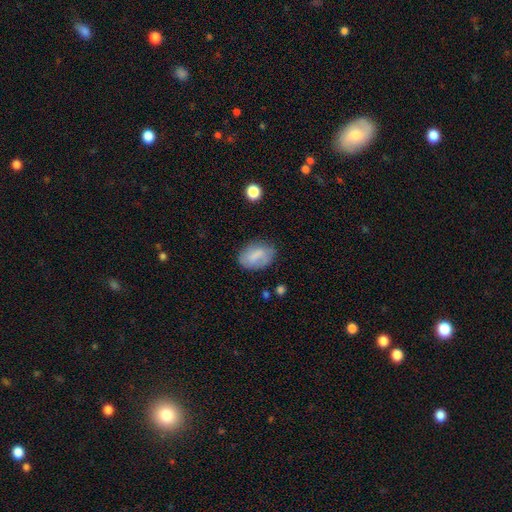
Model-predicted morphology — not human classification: This is likely a smooth galaxy (74%). How rounded: clearly in between (85%). Merging: likely none (68%).